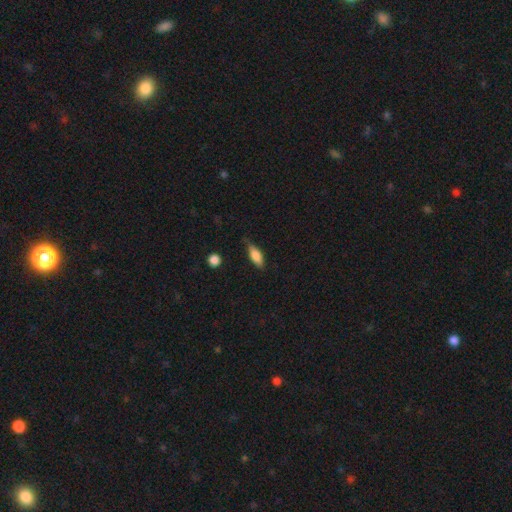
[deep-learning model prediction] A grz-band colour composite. It shows a smooth galaxy with no disk features (77%) that is in between round and cigar-shaped (72%). Merging: none (66%).